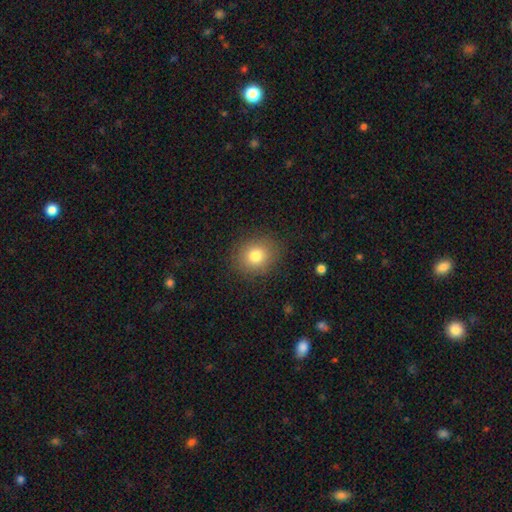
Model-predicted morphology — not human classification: Smooth or featured? smooth (80%)
How rounded? round (73%)
Merging? none (87%)